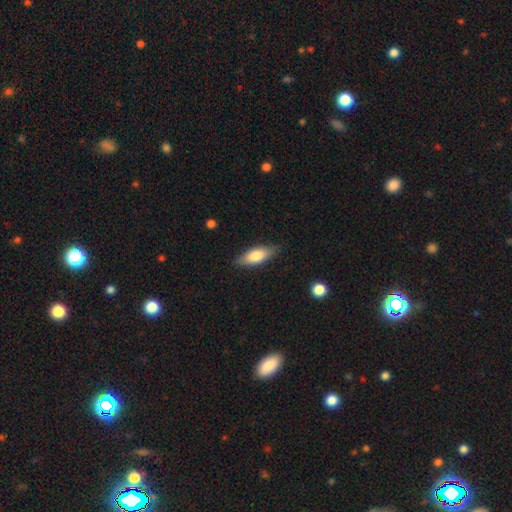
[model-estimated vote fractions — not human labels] A smooth galaxy with no disk features (71%) that is in between round and cigar-shaped (66%).

Vote fractions:
- Smooth or featured? smooth: 71% / featured or disk: 23% / star or artifact: 6%
- How rounded? in between: 66% / cigar-shaped: 31% / round: 2%
- Merging? none: 83% / minor disturbance: 13% / major disturbance: 2% / merger: 1%